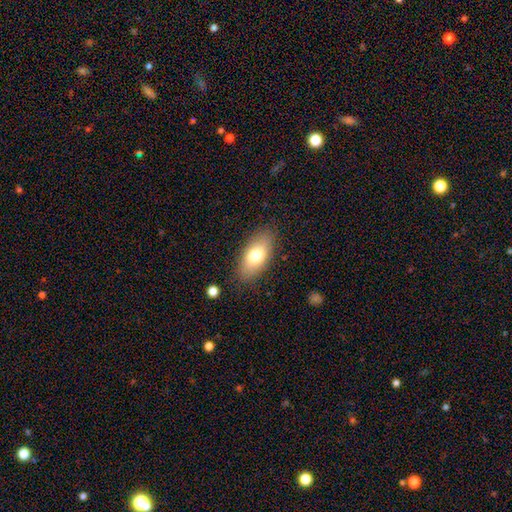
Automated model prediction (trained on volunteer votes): The model was most divided on "smooth or featured": smooth: 74%, featured or disk: 19%, star or artifact: 7%. More confident: how rounded — in between (87%); merging — none (84%).